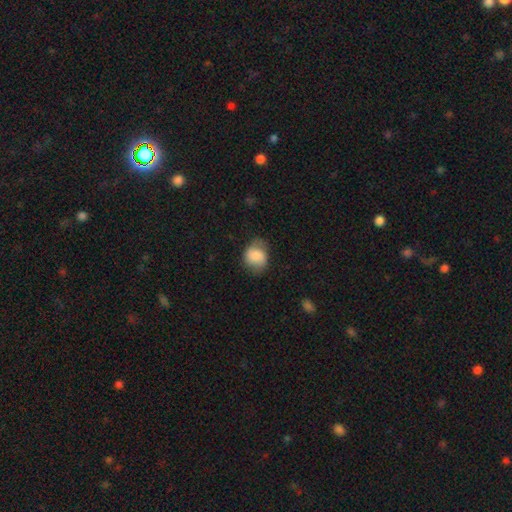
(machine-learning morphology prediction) smooth 75%, featured or disk 17%, star or artifact 8%. Down the decision tree: how rounded — round (58%); merging — none (61%).